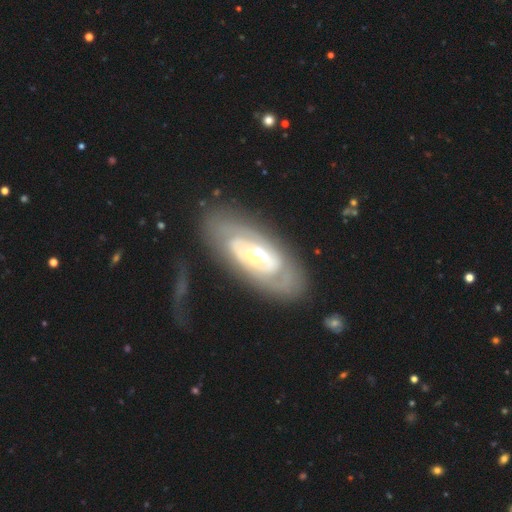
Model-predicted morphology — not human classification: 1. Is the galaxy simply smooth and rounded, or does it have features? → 80% featured or disk, 15% smooth, 5% star or artifact.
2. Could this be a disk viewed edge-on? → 91% no, 9% yes.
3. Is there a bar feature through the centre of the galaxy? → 52% no, 30% weak, 18% strong.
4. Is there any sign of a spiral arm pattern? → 71% yes, 29% no.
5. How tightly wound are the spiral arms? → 63% tight, 26% medium, 11% loose.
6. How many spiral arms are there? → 43% can't tell, 38% 2, 7% 1, 6% 3, 3% 4, 3% more than 4.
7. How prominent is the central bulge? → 51% moderate, 40% small, 6% large, 1% dominant, 1% none.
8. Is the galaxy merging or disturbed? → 62% none, 18% minor disturbance, 14% major disturbance, 6% merger.